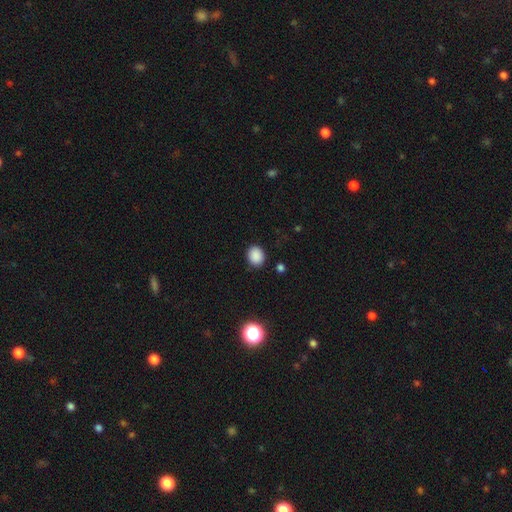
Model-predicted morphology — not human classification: smooth 87%, star or artifact 10%, featured or disk 3%. Down the decision tree: how rounded — round (60%); merging — none (88%).